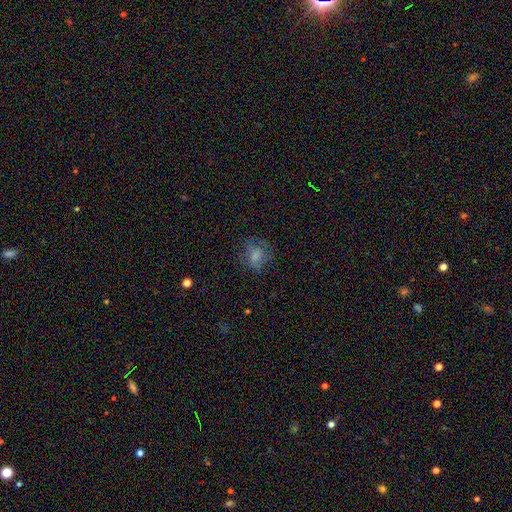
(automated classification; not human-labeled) smooth 63%, featured or disk 24%, star or artifact 13%. Down the decision tree: how rounded — round (62%); merging — none (61%).